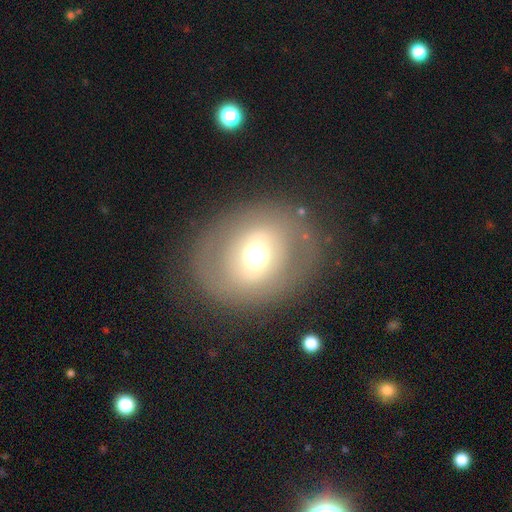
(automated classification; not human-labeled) This is possibly a smooth galaxy (49%). Merging: likely none (80%).